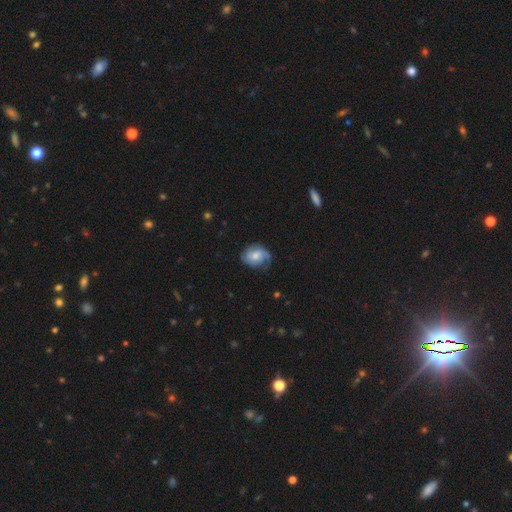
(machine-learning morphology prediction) A featured or disk galaxy (63%) with no bar (61%), 2 (44%) medium (41%) spiral arms (92%) and a moderate central bulge (52%).

Vote fractions:
- Smooth or featured? featured or disk: 63% / smooth: 30% / star or artifact: 7%
- Edge-on disk? no: 97% / yes: 3%
- Bar? no: 61% / weak: 34% / strong: 5%
- Spiral arms? yes: 92% / no: 8%
- Spiral winding? medium: 41% / tight: 39% / loose: 20%
- Spiral arm count? 2: 44% / can't tell: 21% / 3: 16% / 1: 13% / 4: 3% / more than 4: 3%
- Bulge size? moderate: 52% / small: 31% / large: 10% / none: 6% / dominant: 2%
- Merging? none: 64% / minor disturbance: 24% / major disturbance: 11% / merger: 1%